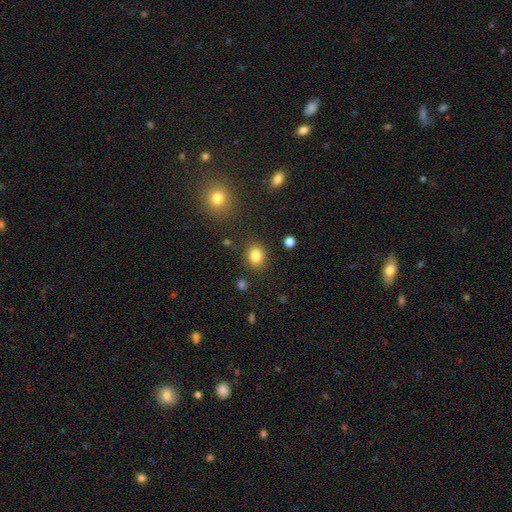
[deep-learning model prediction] Smooth or featured? smooth (83%)
How rounded? round (65%)
Merging? none (85%)